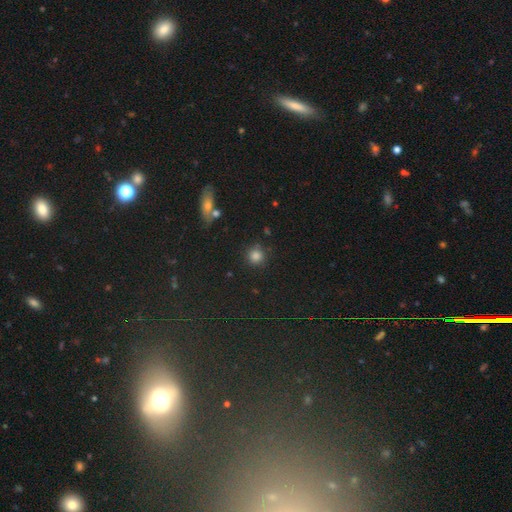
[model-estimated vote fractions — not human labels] Smooth or featured?
  - smooth: 81% *
  - star or artifact: 14%
  - featured or disk: 5%
How rounded?
  - round: 91% *
  - in between: 7%
  - cigar-shaped: 1%
Merging?
  - none: 82% *
  - minor disturbance: 11%
  - merger: 4%
  - major disturbance: 3%